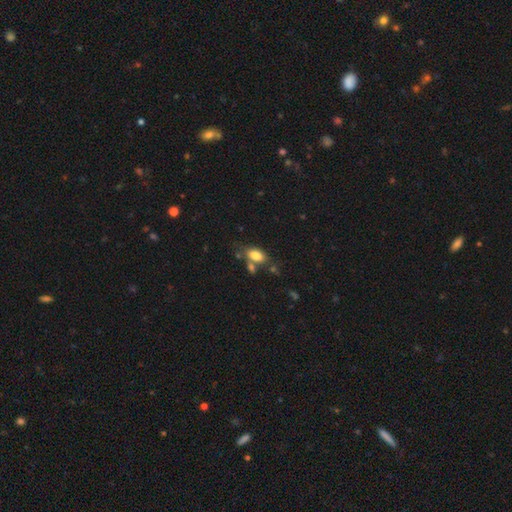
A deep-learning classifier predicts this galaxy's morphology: Smooth or featured? Predicted: smooth (p=0.81). How rounded? Predicted: in between (p=0.89). Merging? Predicted: none (p=0.59).